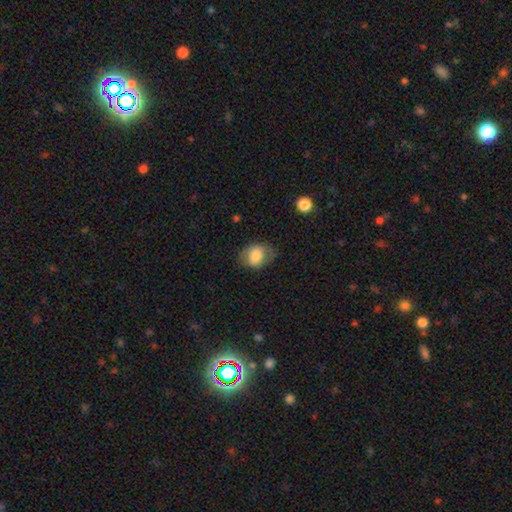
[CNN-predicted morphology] smooth_or_featured: smooth (p=0.77) [alt: featured or disk p=0.15]
how_rounded: in between (p=0.56) [alt: round p=0.43]
merging: none (p=0.62) [alt: minor disturbance p=0.25]